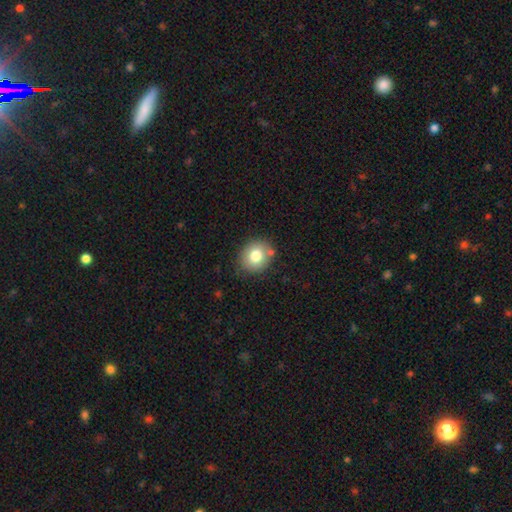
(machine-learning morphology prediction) A smooth galaxy with no disk features (77%) that is round (70%).

Vote fractions:
- Smooth or featured? smooth: 77% / featured or disk: 13% / star or artifact: 10%
- How rounded? round: 70% / in between: 29% / cigar-shaped: 1%
- Merging? none: 78% / minor disturbance: 13% / merger: 5% / major disturbance: 3%